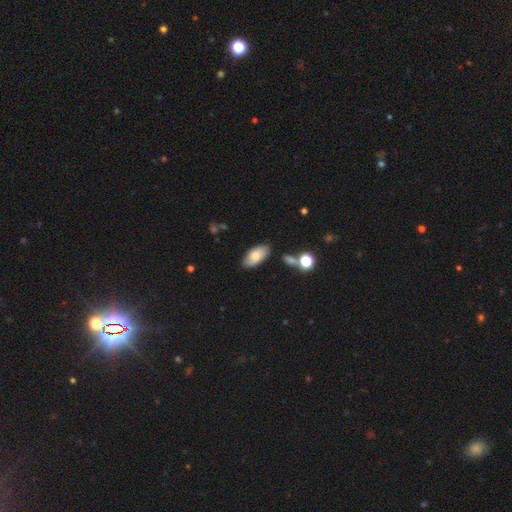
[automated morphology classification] smooth_or_featured: smooth (p=0.77) [alt: featured or disk p=0.15]
how_rounded: in between (p=0.93) [alt: cigar-shaped p=0.04]
merging: none (p=0.80) [alt: minor disturbance p=0.13]